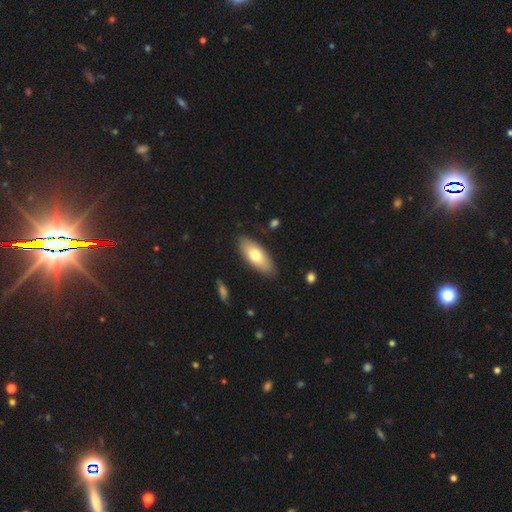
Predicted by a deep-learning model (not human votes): smooth-or-featured: smooth: 70% | featured or disk: 25% | star or artifact: 6%
  how-rounded: in between: 81% | cigar-shaped: 17% | round: 2%
  merging: none: 85% | minor disturbance: 11% | major disturbance: 2% | merger: 2%